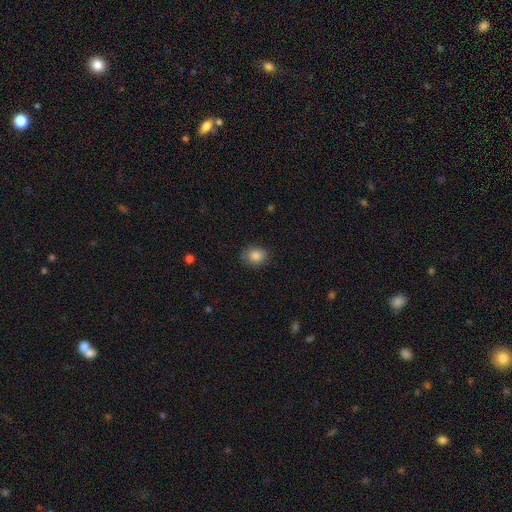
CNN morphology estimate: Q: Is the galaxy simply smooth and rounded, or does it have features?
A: smooth — 86%.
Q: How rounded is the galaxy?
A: round — 54%.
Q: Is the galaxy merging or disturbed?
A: none — 80%.